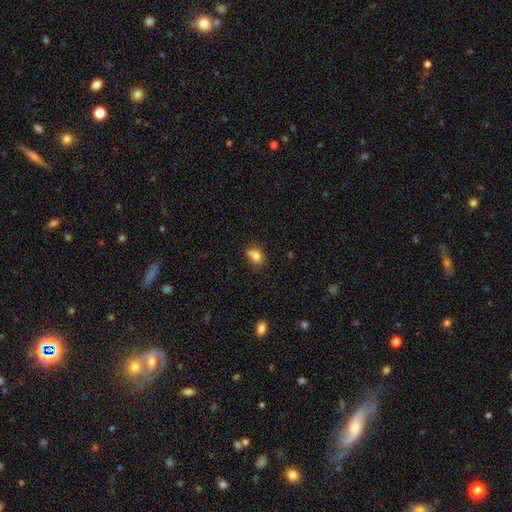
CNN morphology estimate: Smooth or featured: smooth — 77% (featured or disk — 11%)
How rounded: round — 50% (in between — 49%)
Merging: none — 43% (merger — 28%)